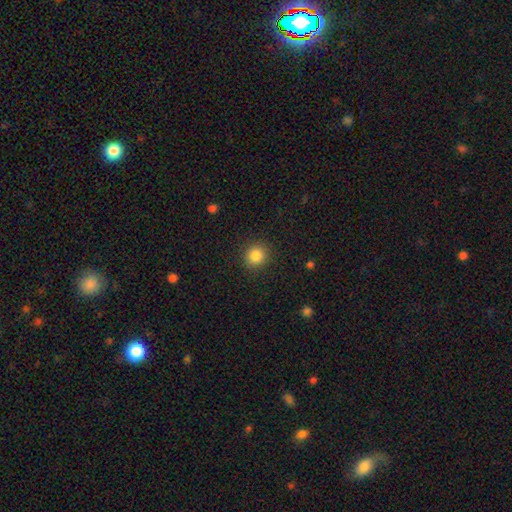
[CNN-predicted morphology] This is clearly a smooth galaxy (85%). How rounded: clearly round (88%). Merging: clearly none (90%).